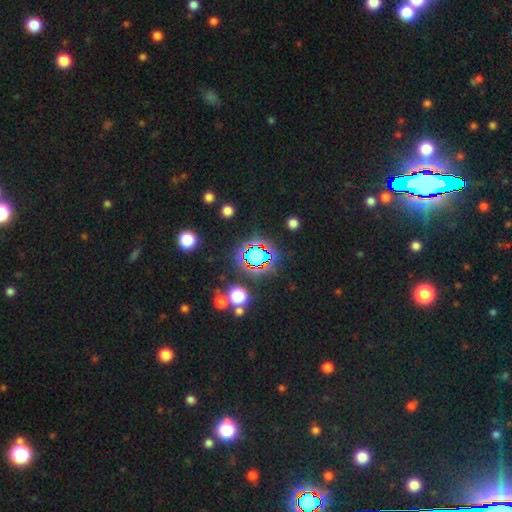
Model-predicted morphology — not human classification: Smooth or featured: star or artifact — 63% (smooth — 24%)